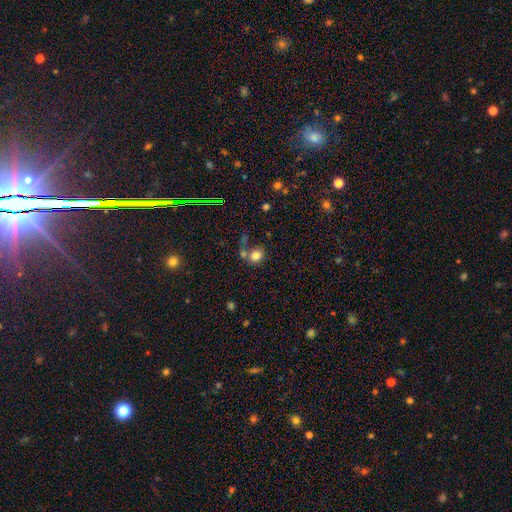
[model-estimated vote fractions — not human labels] Smooth or featured: smooth — 79% (star or artifact — 12%)
How rounded: round — 66% (in between — 33%)
Merging: none — 50% (merger — 30%)